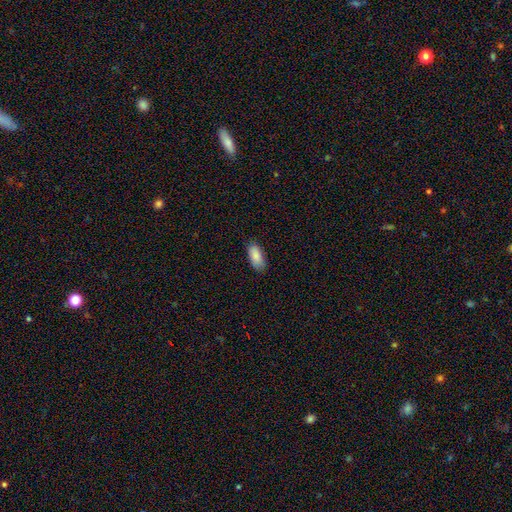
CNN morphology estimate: smooth 88%, star or artifact 6%, featured or disk 6%. Down the decision tree: how rounded — in between (89%); merging — none (83%).